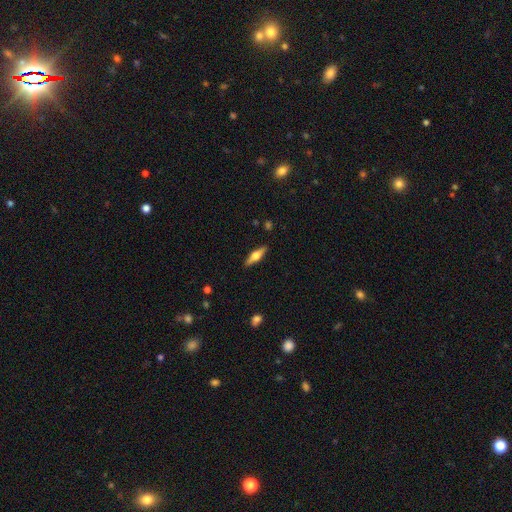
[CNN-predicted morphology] The model was most divided on "smooth or featured": featured or disk: 59%, smooth: 36%, star or artifact: 6%. More confident: edge-on disk — yes (95%); edge-on bulge — rounded (93%); merging — none (89%).